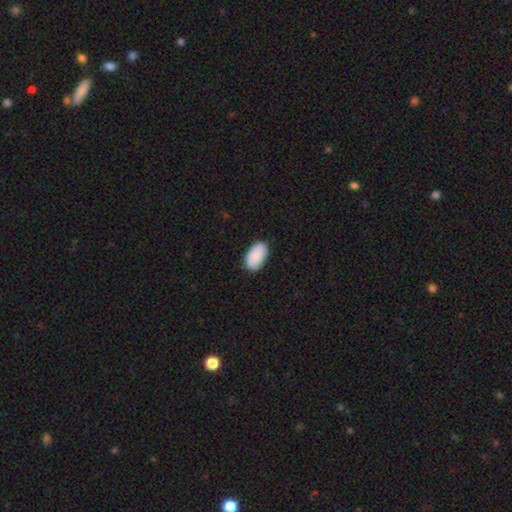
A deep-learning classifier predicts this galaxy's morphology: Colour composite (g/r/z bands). It shows a smooth galaxy with no disk features (90%) that is in between round and cigar-shaped (94%). Merging: none (85%).